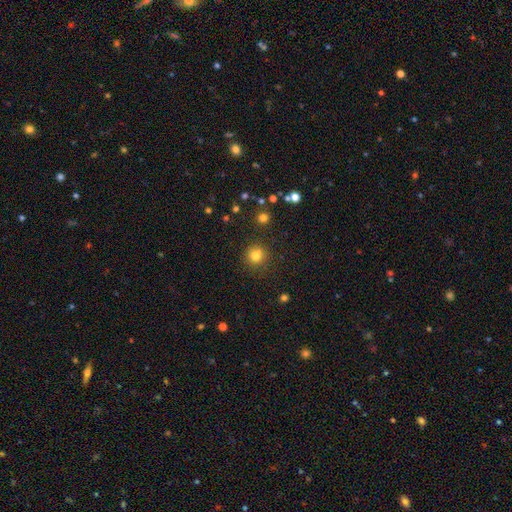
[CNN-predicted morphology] This appears to be a smooth galaxy with no disk features (79%) that is round (92%). Merging: none (86%).